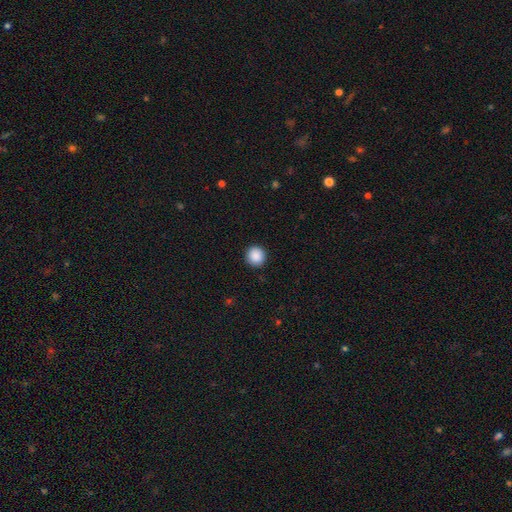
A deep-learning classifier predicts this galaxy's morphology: Overall: smooth (89%). How rounded: round (95%). Merging: none (93%).